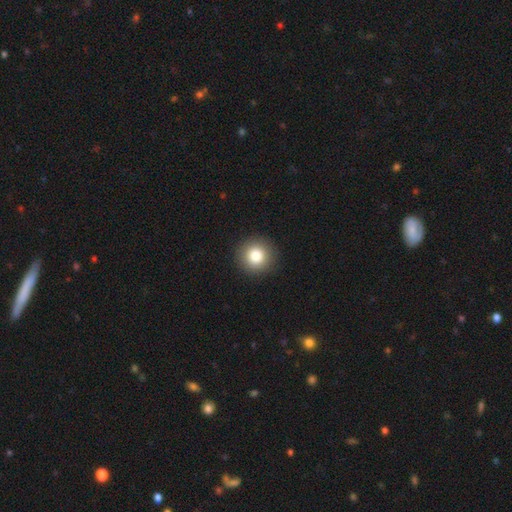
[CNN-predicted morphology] smooth 83%, star or artifact 10%, featured or disk 7%. Down the decision tree: how rounded — round (95%); merging — none (92%).